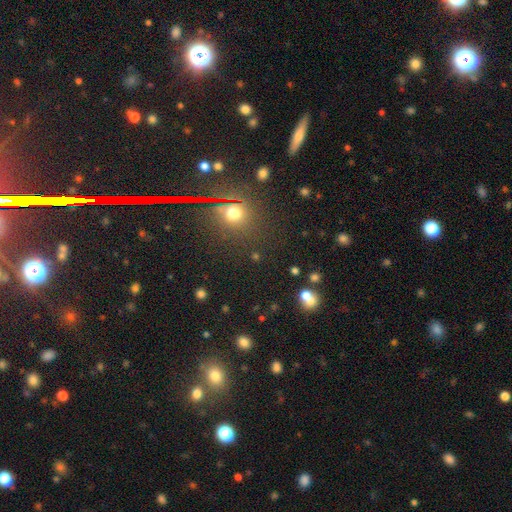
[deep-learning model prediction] Smooth or featured?
  - star or artifact: 51% *
  - smooth: 39%
  - featured or disk: 10%